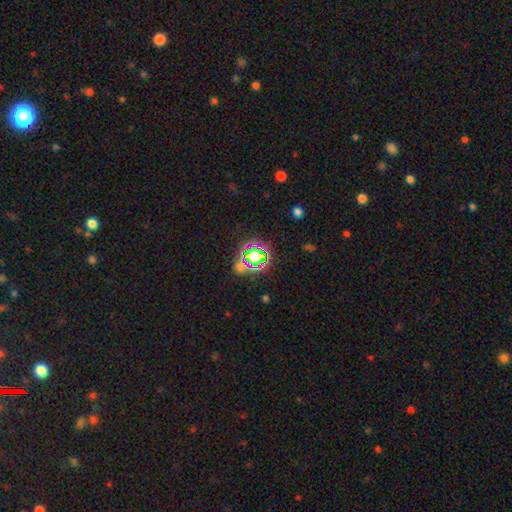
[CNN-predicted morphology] Smooth or featured?
  - star or artifact: 77% *
  - smooth: 15%
  - featured or disk: 8%